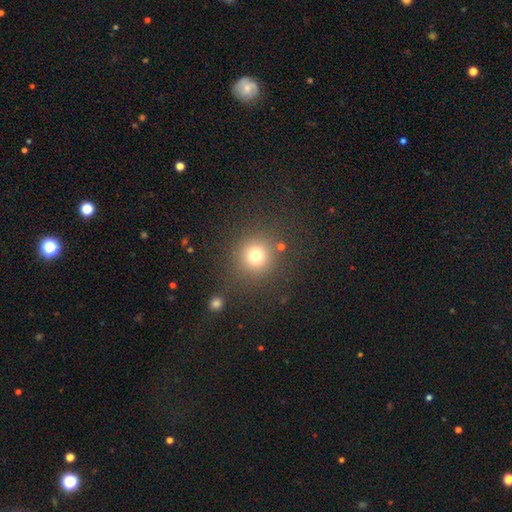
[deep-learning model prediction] smooth_or_featured: smooth (p=0.75) [alt: star or artifact p=0.17]
how_rounded: round (p=0.92) [alt: in between p=0.07]
merging: none (p=0.84) [alt: minor disturbance p=0.08]